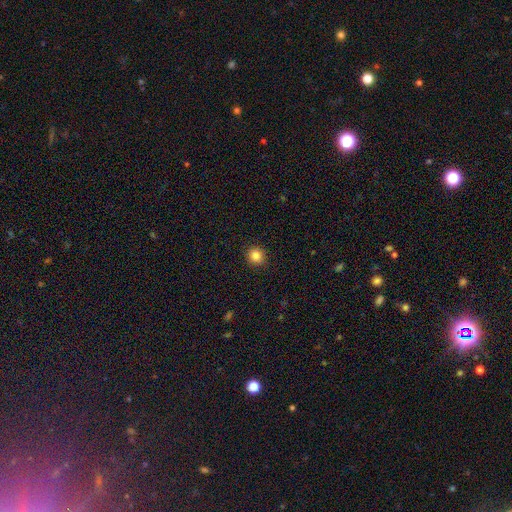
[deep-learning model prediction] The model was most divided on "smooth or featured": smooth: 85%, star or artifact: 11%, featured or disk: 5%. More confident: merging — none (92%); how rounded — round (90%).